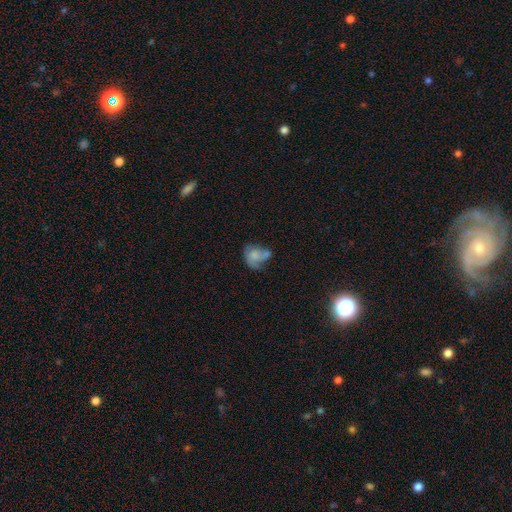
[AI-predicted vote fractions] Smooth or featured? Predicted: smooth (p=0.54). How rounded? Predicted: in between (p=0.56). Merging? Predicted: none (p=0.27).